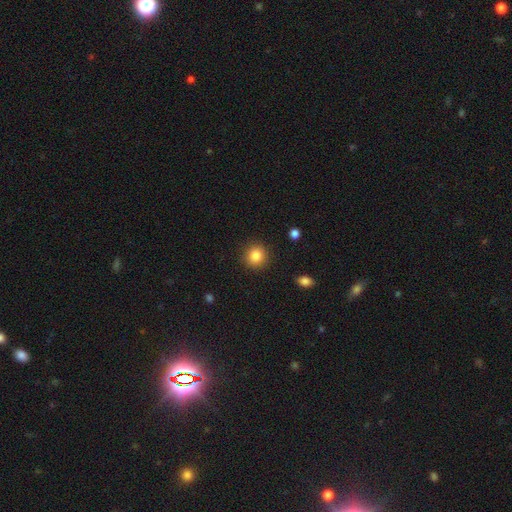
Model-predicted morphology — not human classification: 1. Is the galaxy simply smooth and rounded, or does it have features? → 85% smooth, 10% star or artifact, 5% featured or disk.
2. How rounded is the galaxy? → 91% round, 8% in between, 1% cigar-shaped.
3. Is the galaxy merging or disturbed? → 90% none, 6% minor disturbance, 2% major disturbance, 1% merger.